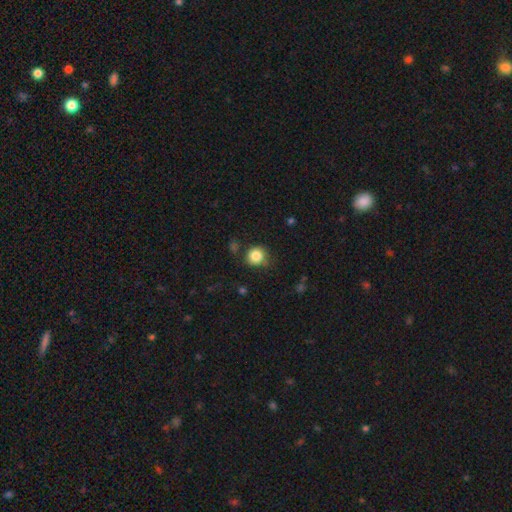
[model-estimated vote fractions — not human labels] Morphology: type=smooth (84%); roundness=round (87%); merging=none (72%).